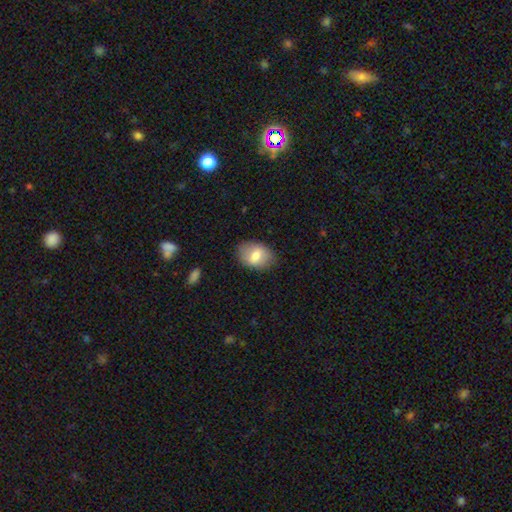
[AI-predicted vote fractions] A smooth galaxy with no disk features (70%) that is in between round and cigar-shaped (83%).

Vote fractions:
- Smooth or featured? smooth: 70% / featured or disk: 24% / star or artifact: 7%
- How rounded? in between: 83% / round: 15% / cigar-shaped: 1%
- Merging? none: 83% / minor disturbance: 13% / major disturbance: 3% / merger: 1%